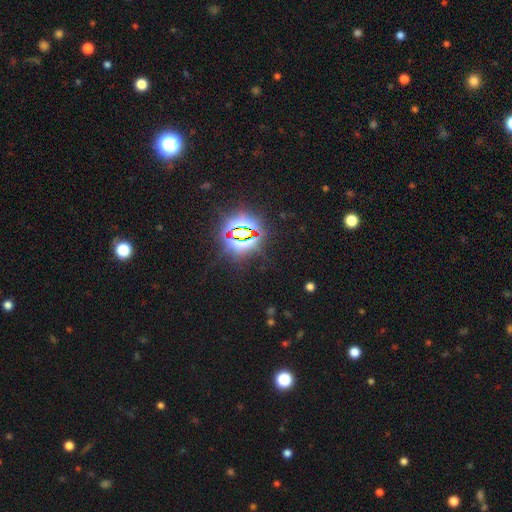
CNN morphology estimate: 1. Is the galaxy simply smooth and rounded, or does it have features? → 83% star or artifact, 11% smooth, 6% featured or disk.